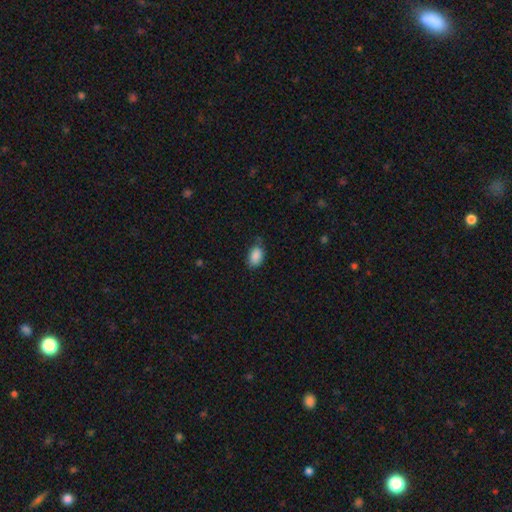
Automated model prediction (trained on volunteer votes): A smooth galaxy with no disk features (87%) that is in between round and cigar-shaped (87%).

Vote fractions:
- Smooth or featured? smooth: 87% / star or artifact: 8% / featured or disk: 5%
- How rounded? in between: 87% / round: 12% / cigar-shaped: 1%
- Merging? none: 66% / minor disturbance: 27% / major disturbance: 5% / merger: 2%